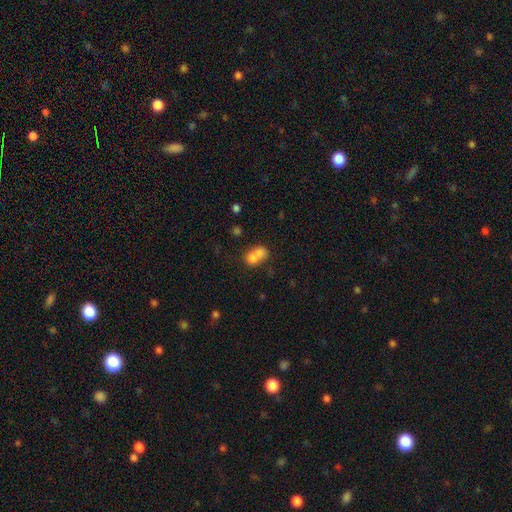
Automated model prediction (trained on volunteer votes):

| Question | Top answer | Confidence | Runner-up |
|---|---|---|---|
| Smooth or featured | smooth | 72% | featured or disk (18%) |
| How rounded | round | 51% | in between (47%) |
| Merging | merger | 69% | none (21%) |